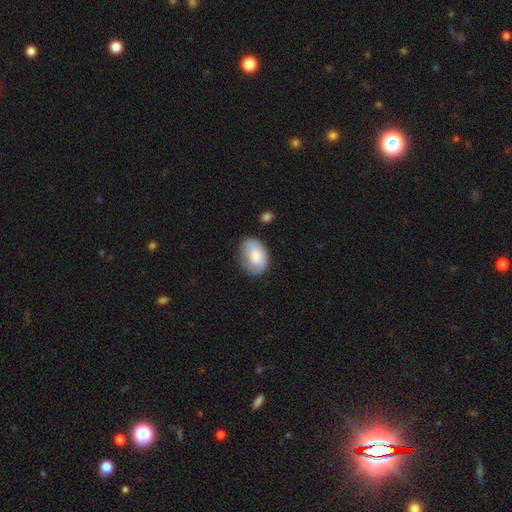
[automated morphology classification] smooth_or_featured: smooth (p=0.77) [alt: featured or disk p=0.17]
how_rounded: in between (p=0.82) [alt: round p=0.17]
merging: none (p=0.63) [alt: minor disturbance p=0.27]